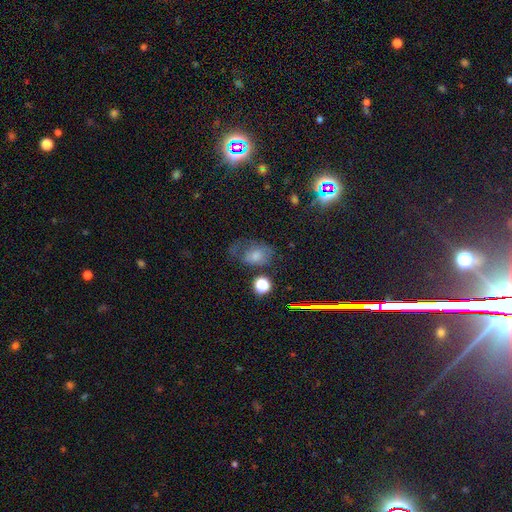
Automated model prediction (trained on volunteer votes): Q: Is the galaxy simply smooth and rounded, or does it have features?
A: smooth — 62%.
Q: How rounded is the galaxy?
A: in between — 71%.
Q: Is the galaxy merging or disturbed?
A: none — 37%.